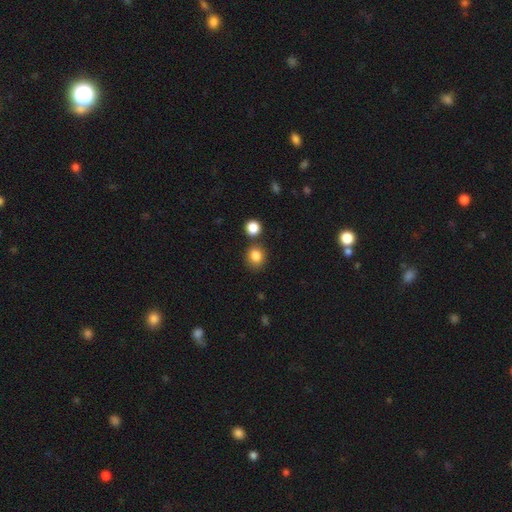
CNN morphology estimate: Smooth or featured: smooth — 84% (star or artifact — 11%)
How rounded: round — 74% (in between — 25%)
Merging: none — 74% (merger — 11%)